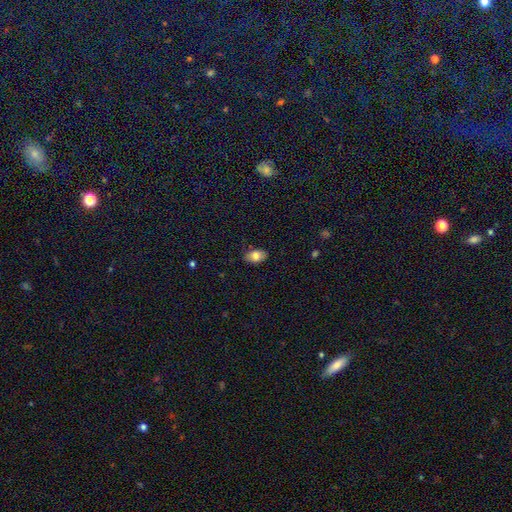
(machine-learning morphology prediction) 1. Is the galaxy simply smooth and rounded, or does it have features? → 79% smooth, 13% featured or disk, 8% star or artifact.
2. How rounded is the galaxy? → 90% in between, 8% round, 2% cigar-shaped.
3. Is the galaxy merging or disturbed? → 84% none, 12% minor disturbance, 2% major disturbance, 1% merger.